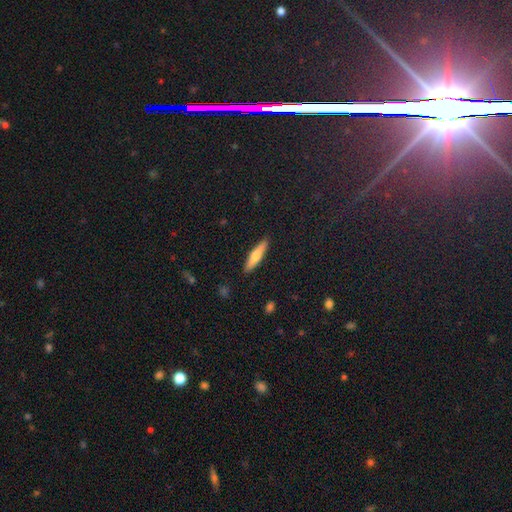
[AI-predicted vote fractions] smooth_or_featured: smooth (p=0.56) [alt: featured or disk p=0.38]
how_rounded: cigar-shaped (p=0.82) [alt: in between p=0.16]
merging: none (p=0.90) [alt: minor disturbance p=0.07]